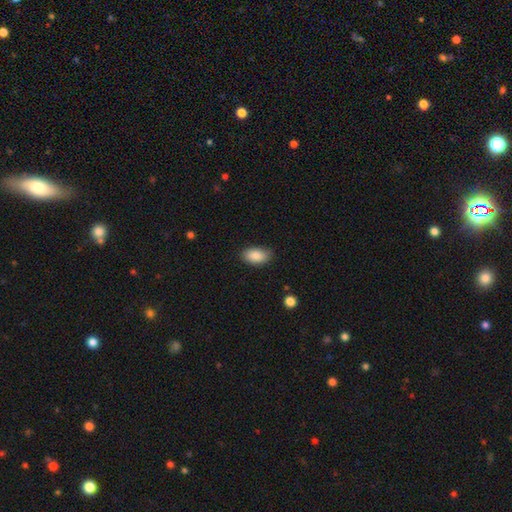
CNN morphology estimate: The model was most divided on "merging": none: 84%, minor disturbance: 13%, major disturbance: 3%, merger: 1%. More confident: how rounded — in between (93%); smooth or featured — smooth (88%).